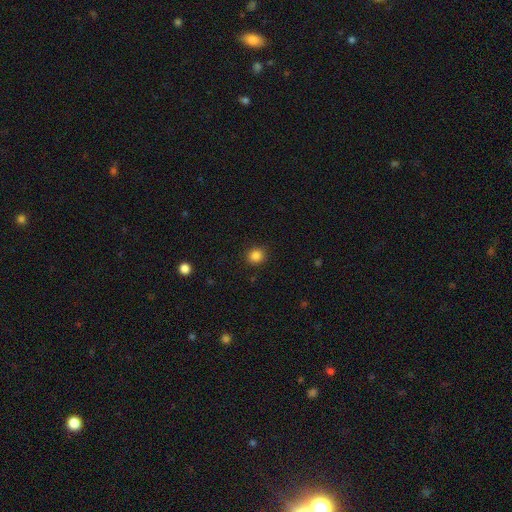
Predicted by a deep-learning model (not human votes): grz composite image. It shows a smooth galaxy with no disk features (85%) that is round (85%). Merging: none (91%).